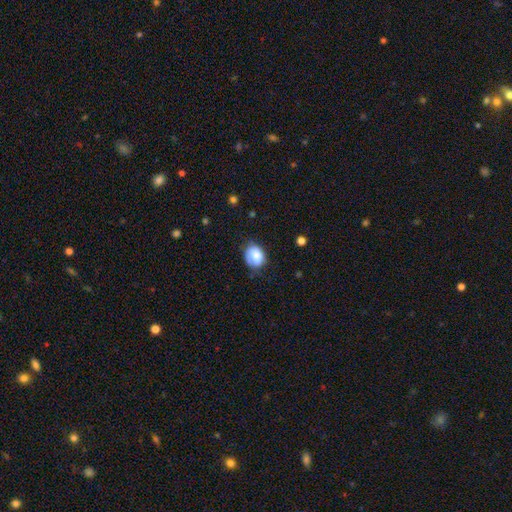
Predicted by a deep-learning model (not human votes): smooth-or-featured: smooth: 77% | featured or disk: 16% | star or artifact: 7%
  how-rounded: in between: 58% | round: 42% | cigar-shaped: 1%
  merging: none: 57% | minor disturbance: 31% | major disturbance: 10% | merger: 2%